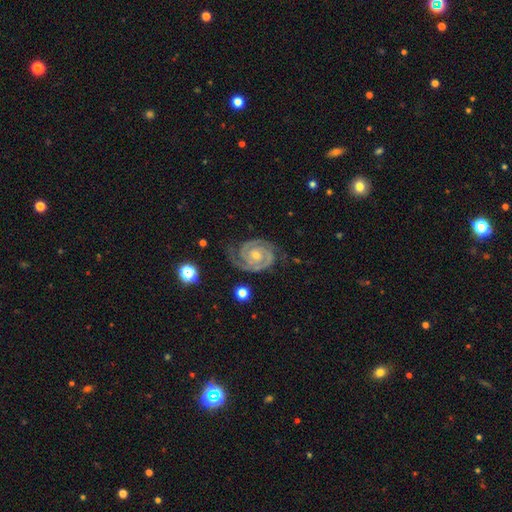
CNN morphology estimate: Smooth or featured: featured or disk — 92% (star or artifact — 5%)
Edge-on disk: no — 98% (yes — 2%)
Bar: no — 69% (weak — 23%)
Spiral arms: yes — 99% (no — 1%)
Spiral winding: tight — 77% (medium — 20%)
Spiral arm count: 2 — 86% (3 — 7%)
Bulge size: small — 48% (moderate — 47%)
Merging: none — 77% (minor disturbance — 16%)